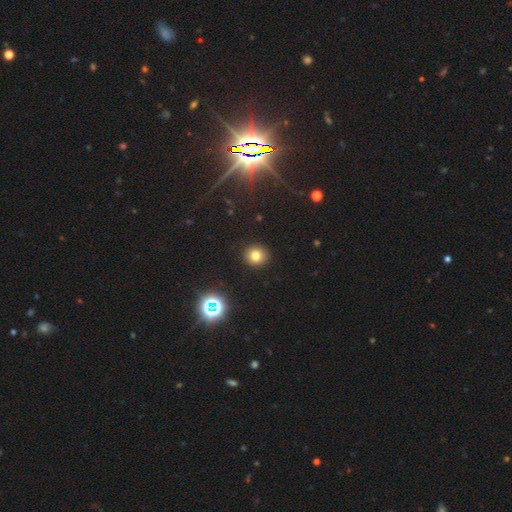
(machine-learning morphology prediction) type=smooth (76%); roundness=round (88%); merging=none (92%).